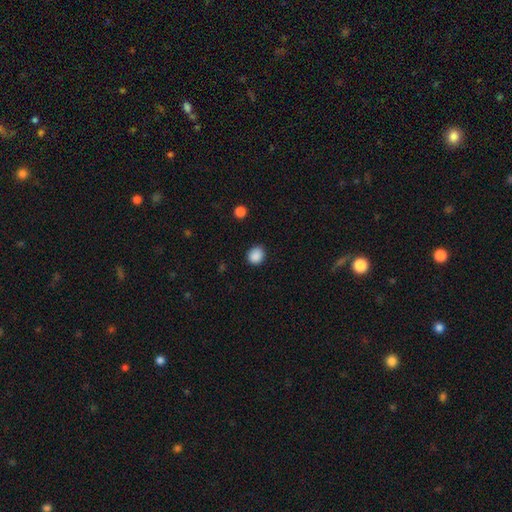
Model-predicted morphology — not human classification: This appears to be a smooth galaxy with no disk features (88%) that is round (70%). Merging: none (86%).